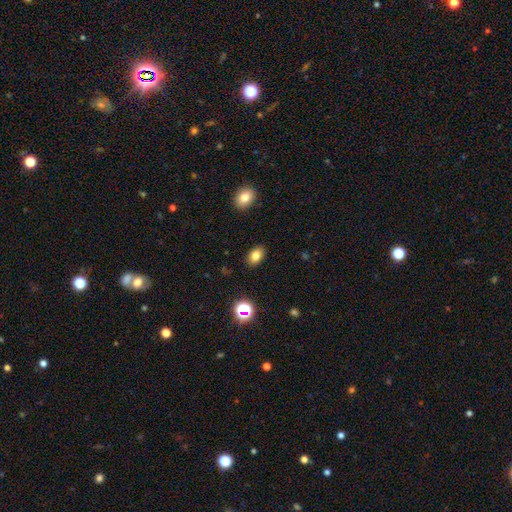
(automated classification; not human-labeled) Q: Smooth or featured?
A: smooth (80%); runner-up: star or artifact (12%)
Q: How rounded?
A: in between (83%); runner-up: round (16%)
Q: Merging?
A: none (88%); runner-up: minor disturbance (9%)